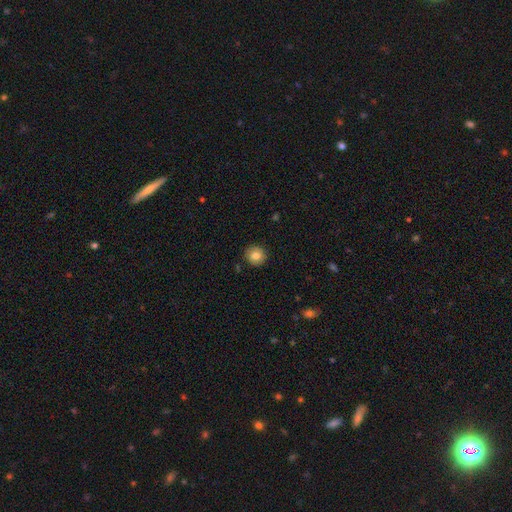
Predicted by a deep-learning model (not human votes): Morphology: type=smooth (72%); roundness=round (89%); merging=none (87%).